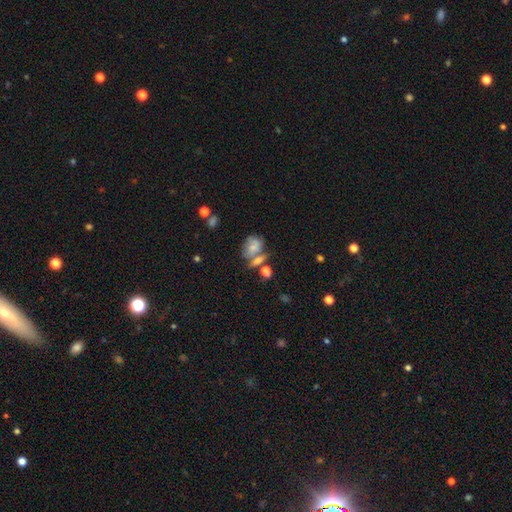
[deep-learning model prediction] Smooth or featured?
  - smooth: 40% *
  - featured or disk: 38%
  - star or artifact: 22%
Merging?
  - none: 44% *
  - merger: 28%
  - minor disturbance: 17%
  - major disturbance: 10%